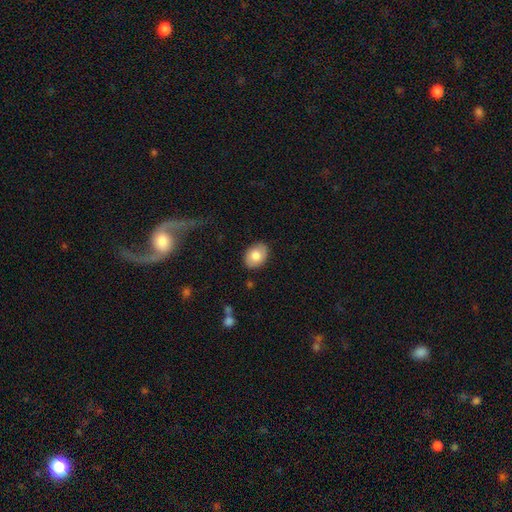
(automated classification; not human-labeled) Smooth or featured? smooth (80%)
How rounded? in between (75%)
Merging? none (85%)